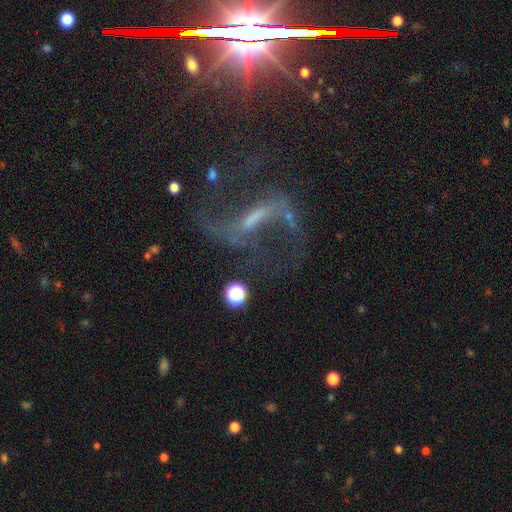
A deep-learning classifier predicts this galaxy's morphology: This appears to be a featured or disk galaxy (75%) with a strong bar (52%), 2 (89%) loose (66%) spiral arms (91%) and a small central bulge (55%). Merging: none (59%).